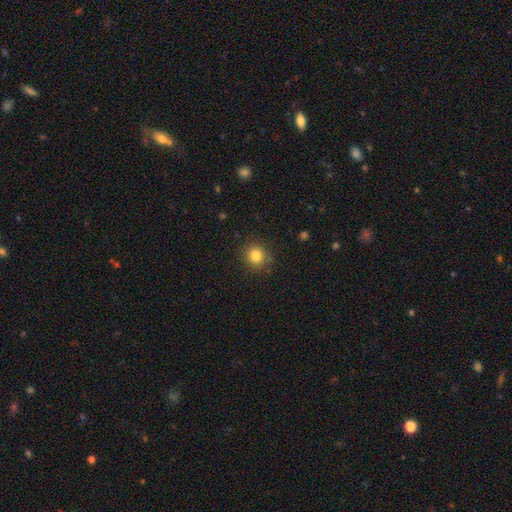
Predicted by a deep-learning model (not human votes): This is clearly a smooth galaxy (82%). How rounded: clearly round (90%). Merging: clearly none (88%).